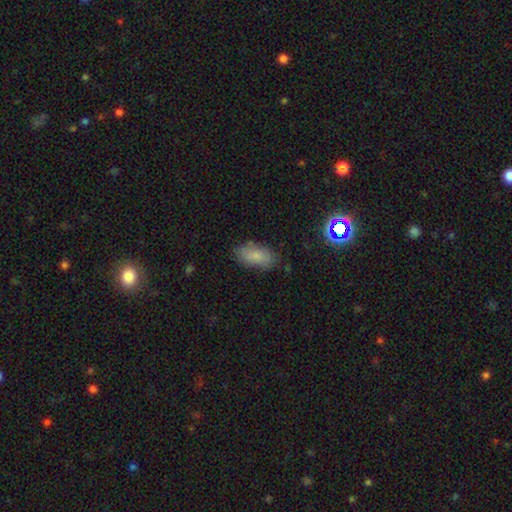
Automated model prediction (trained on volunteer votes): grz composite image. It shows a smooth galaxy with no disk features (81%) that is in between round and cigar-shaped (91%). Merging: none (79%).